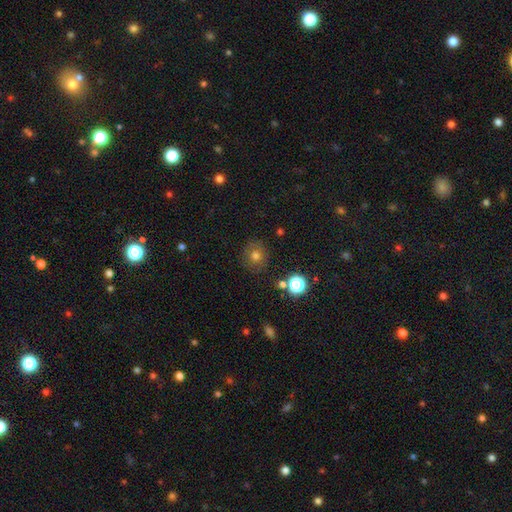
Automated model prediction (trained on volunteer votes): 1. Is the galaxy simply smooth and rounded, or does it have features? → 71% smooth, 17% star or artifact, 12% featured or disk.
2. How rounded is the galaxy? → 90% round, 9% in between, 1% cigar-shaped.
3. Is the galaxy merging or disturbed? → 84% none, 10% minor disturbance, 3% major disturbance, 2% merger.